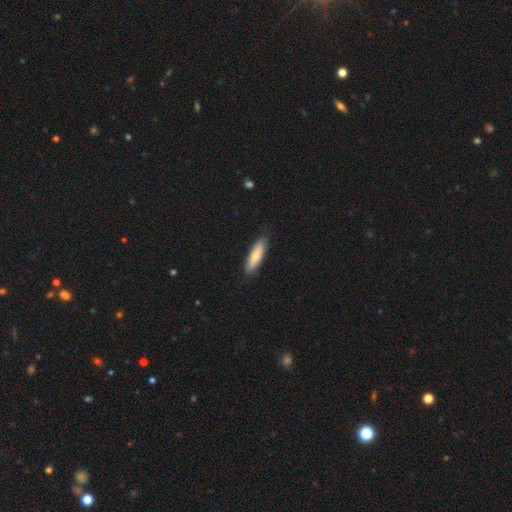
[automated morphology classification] Q: Smooth or featured?
A: smooth (75%); runner-up: featured or disk (20%)
Q: How rounded?
A: cigar-shaped (57%); runner-up: in between (41%)
Q: Merging?
A: none (84%); runner-up: minor disturbance (13%)